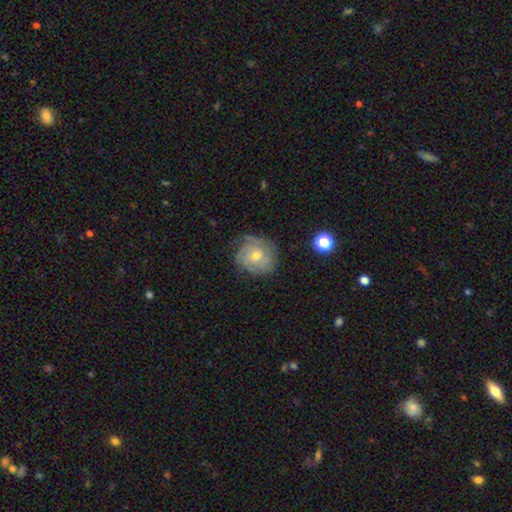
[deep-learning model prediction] This appears to be a featured or disk galaxy (68%) with no bar (74%), tight (68%) spiral arms (86%) and a moderate central bulge (54%). Merging: none (69%).